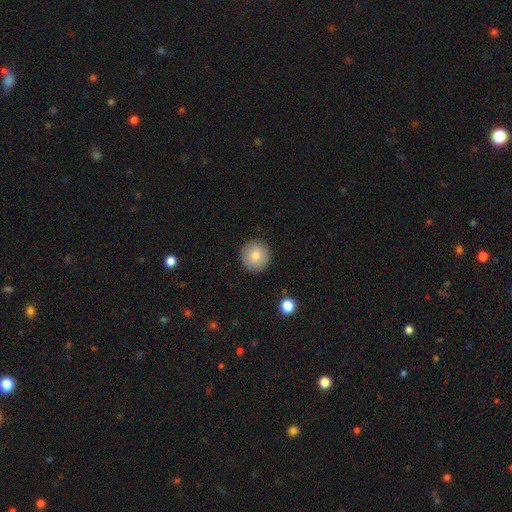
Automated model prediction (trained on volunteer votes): Overall: smooth (81%). How rounded: round (95%). Merging: none (91%).